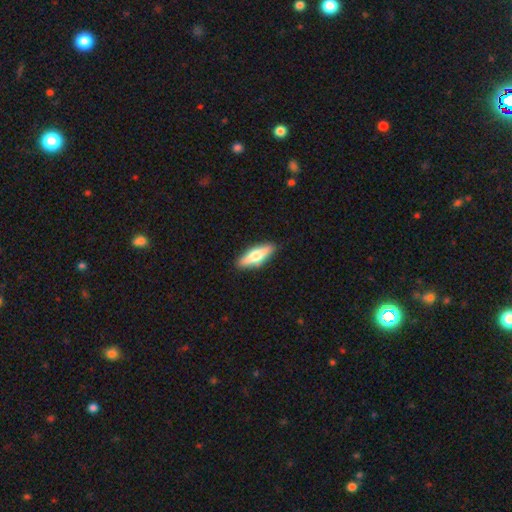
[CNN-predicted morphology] smooth_or_featured: smooth (p=0.57) [alt: featured or disk p=0.38]
how_rounded: cigar-shaped (p=0.53) [alt: in between p=0.45]
merging: none (p=0.89) [alt: minor disturbance p=0.08]